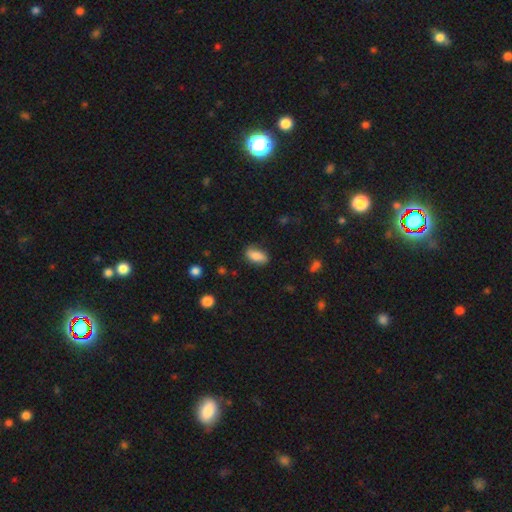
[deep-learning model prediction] Smooth or featured? Predicted: smooth (p=0.77). How rounded? Predicted: in between (p=0.88). Merging? Predicted: none (p=0.77).